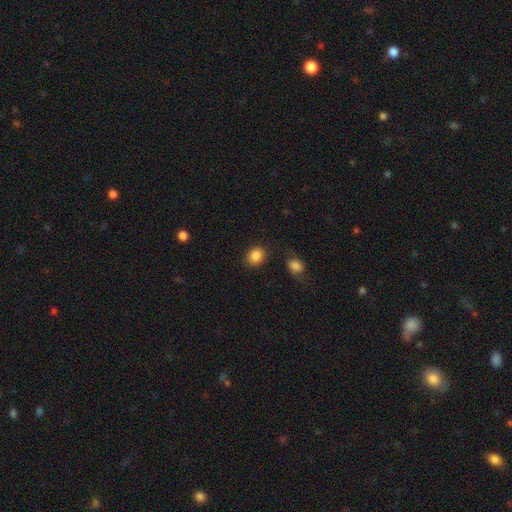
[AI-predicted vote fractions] The model was most divided on "how rounded": round: 58%, in between: 41%, cigar-shaped: 1%. More confident: smooth or featured — smooth (86%); merging — none (83%).